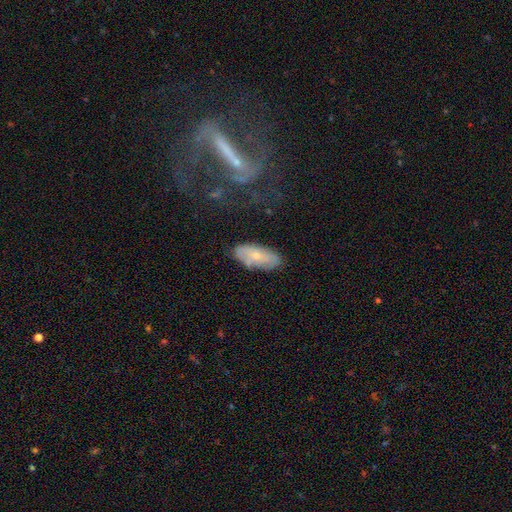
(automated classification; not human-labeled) The model was most divided on "smooth or featured": smooth: 49%, featured or disk: 44%, star or artifact: 8%. More confident: merging — none (72%).